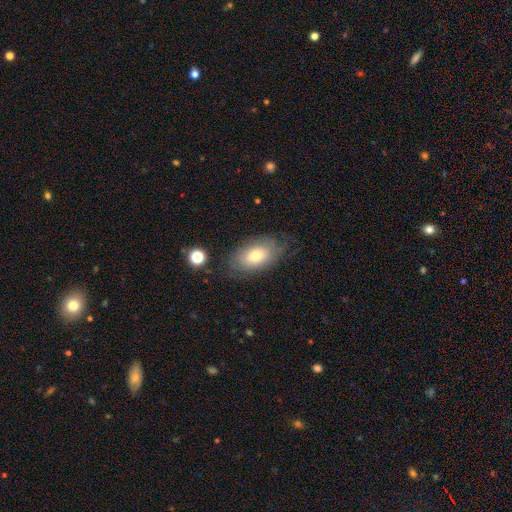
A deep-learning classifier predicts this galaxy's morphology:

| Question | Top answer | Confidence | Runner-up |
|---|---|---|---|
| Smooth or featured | smooth | 67% | featured or disk (24%) |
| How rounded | in between | 92% | round (6%) |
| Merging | none | 74% | minor disturbance (18%) |